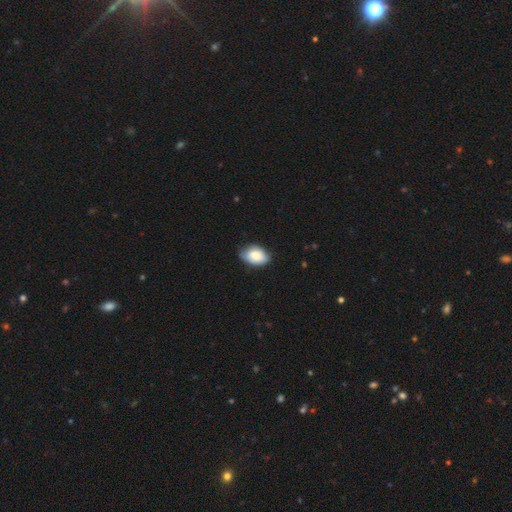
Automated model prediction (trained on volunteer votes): Overall: smooth (82%). How rounded: in between (89%). Merging: none (72%).